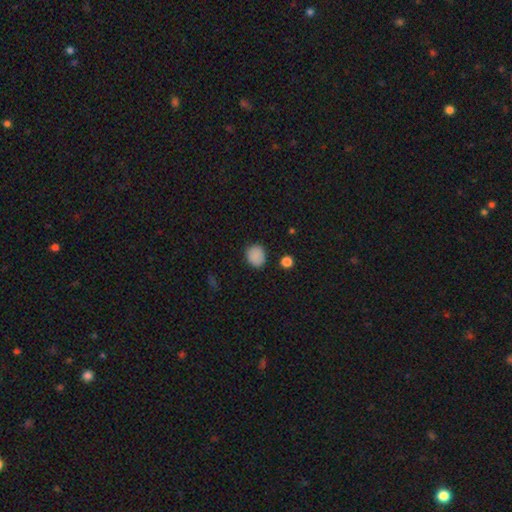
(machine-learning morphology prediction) Smooth or featured: smooth — 86% (star or artifact — 10%)
How rounded: round — 73% (in between — 26%)
Merging: none — 85% (minor disturbance — 11%)